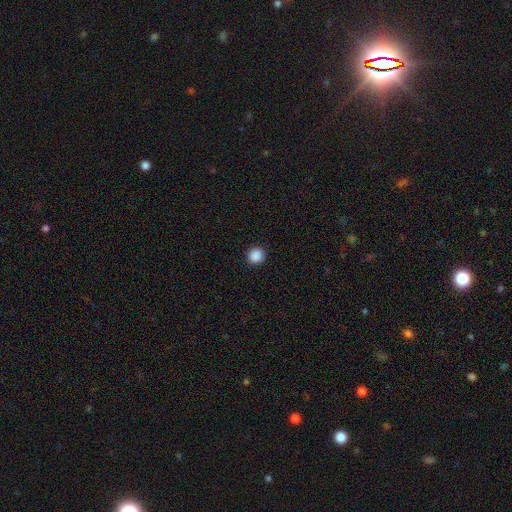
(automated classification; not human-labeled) Smooth or featured? Predicted: smooth (p=0.89). How rounded? Predicted: round (p=0.92). Merging? Predicted: none (p=0.92).